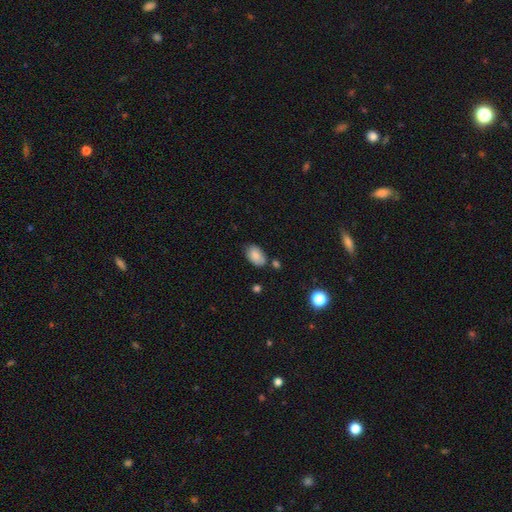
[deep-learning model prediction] Smooth or featured: smooth — 85% (featured or disk — 8%)
How rounded: in between — 91% (round — 7%)
Merging: none — 69% (minor disturbance — 21%)